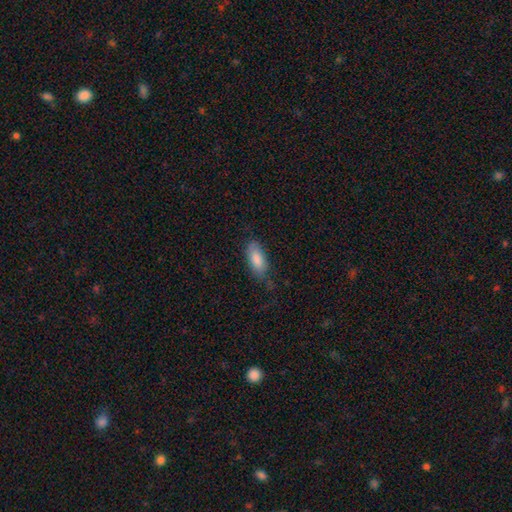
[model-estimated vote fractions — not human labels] Smooth or featured? smooth (82%)
How rounded? in between (78%)
Merging? none (70%)